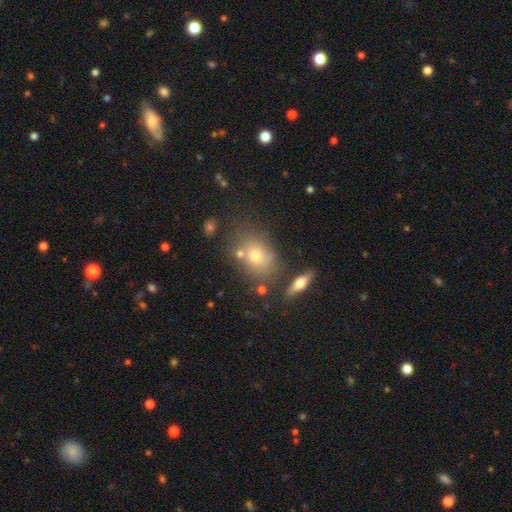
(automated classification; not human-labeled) Smooth or featured?
  - smooth: 65% *
  - featured or disk: 20%
  - star or artifact: 15%
How rounded?
  - in between: 64% *
  - round: 34%
  - cigar-shaped: 2%
Merging?
  - none: 67% *
  - minor disturbance: 15%
  - merger: 12%
  - major disturbance: 6%